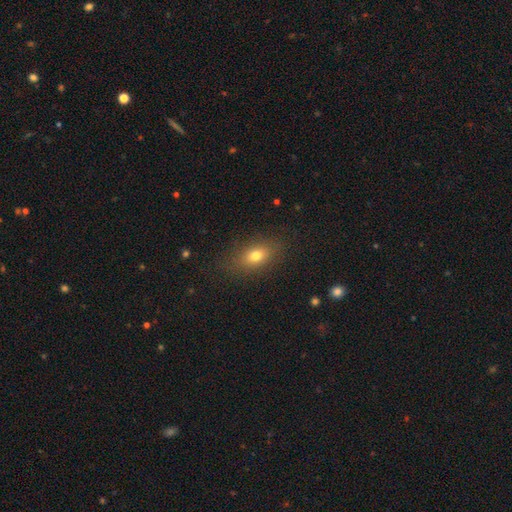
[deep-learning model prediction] smooth-or-featured: smooth: 75% | featured or disk: 14% | star or artifact: 11%
  how-rounded: in between: 79% | round: 15% | cigar-shaped: 6%
  merging: none: 83% | minor disturbance: 11% | major disturbance: 4% | merger: 1%